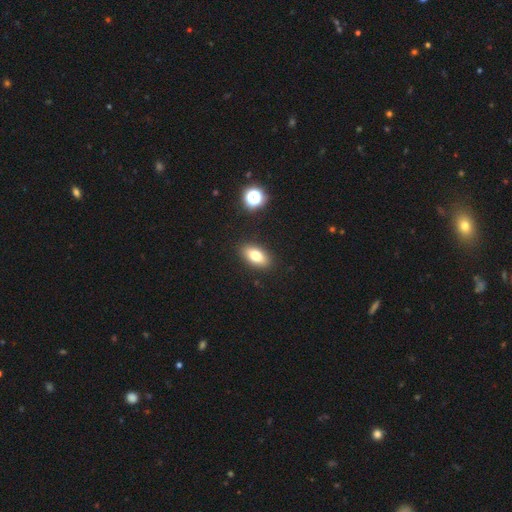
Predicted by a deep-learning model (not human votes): Smooth or featured? smooth (78%)
How rounded? in between (88%)
Merging? none (89%)